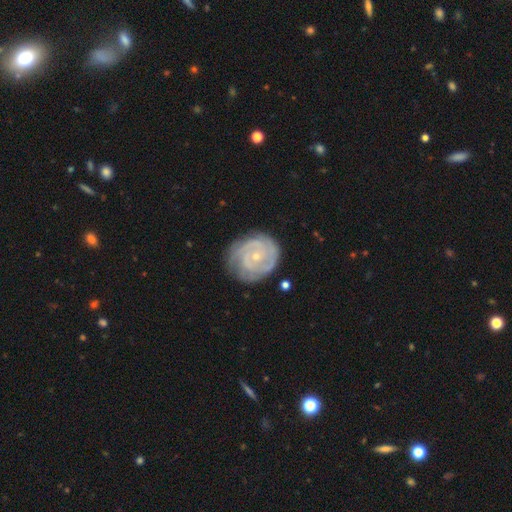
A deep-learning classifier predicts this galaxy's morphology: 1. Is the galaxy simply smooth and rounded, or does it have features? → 83% featured or disk, 12% smooth, 5% star or artifact.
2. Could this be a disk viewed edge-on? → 98% no, 2% yes.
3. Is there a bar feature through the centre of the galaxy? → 73% no, 23% weak, 4% strong.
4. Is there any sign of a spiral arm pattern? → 94% yes, 6% no.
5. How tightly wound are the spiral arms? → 72% tight, 23% medium, 5% loose.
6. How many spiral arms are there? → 34% 2, 28% can't tell, 21% 3, 7% 4, 5% 1, 5% more than 4.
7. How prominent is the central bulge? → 76% small, 21% moderate, 2% none, 1% large, 1% dominant.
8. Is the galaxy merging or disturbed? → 70% none, 21% minor disturbance, 7% major disturbance, 2% merger.